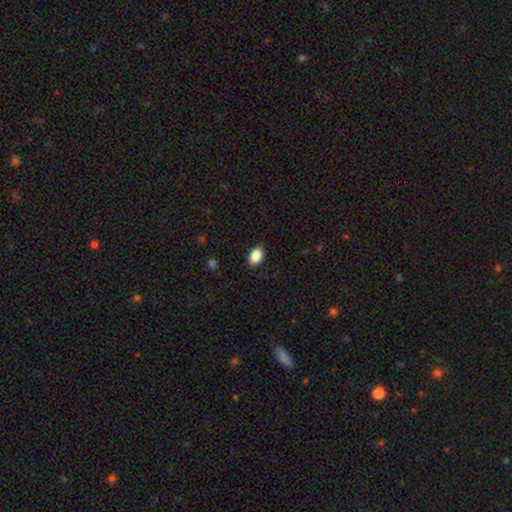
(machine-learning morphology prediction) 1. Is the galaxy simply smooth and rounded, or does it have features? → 89% smooth, 7% star or artifact, 4% featured or disk.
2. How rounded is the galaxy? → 91% in between, 7% round, 2% cigar-shaped.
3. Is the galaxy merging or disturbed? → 88% none, 9% minor disturbance, 2% major disturbance, 1% merger.